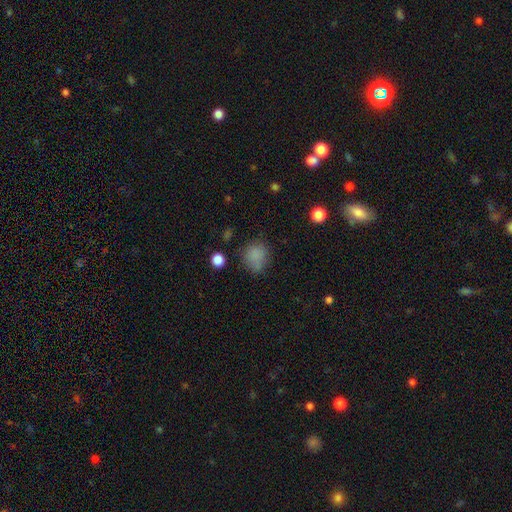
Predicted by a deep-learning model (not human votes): The model was most divided on "how rounded": round: 72%, in between: 27%, cigar-shaped: 1%. More confident: smooth or featured — smooth (81%); merging — none (68%).